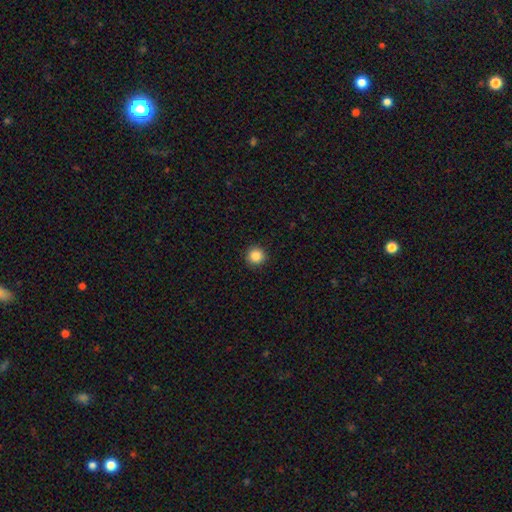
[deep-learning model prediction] Smooth or featured: smooth — 87% (star or artifact — 10%)
How rounded: round — 96% (in between — 3%)
Merging: none — 92% (minor disturbance — 5%)